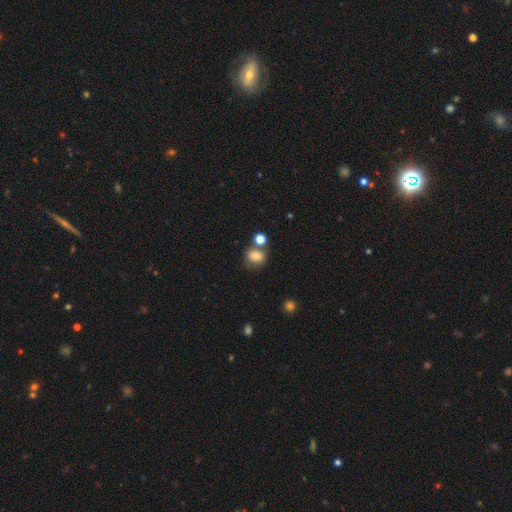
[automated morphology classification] Q: Smooth or featured?
A: smooth (79%); runner-up: star or artifact (12%)
Q: How rounded?
A: round (66%); runner-up: in between (32%)
Q: Merging?
A: none (61%); runner-up: merger (21%)